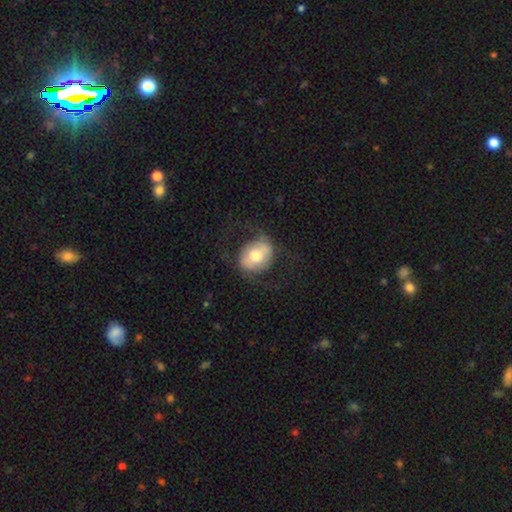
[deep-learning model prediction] Smooth or featured: smooth — 55% (featured or disk — 38%)
How rounded: round — 66% (in between — 33%)
Merging: none — 68% (minor disturbance — 15%)